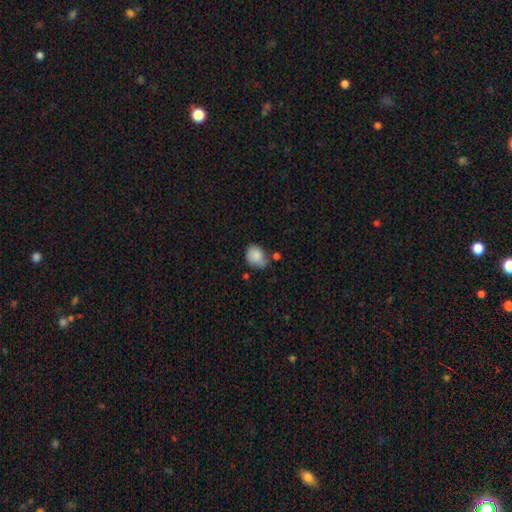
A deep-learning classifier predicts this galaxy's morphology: Smooth or featured: smooth — 86% (star or artifact — 8%)
How rounded: round — 51% (in between — 48%)
Merging: none — 49% (minor disturbance — 30%)